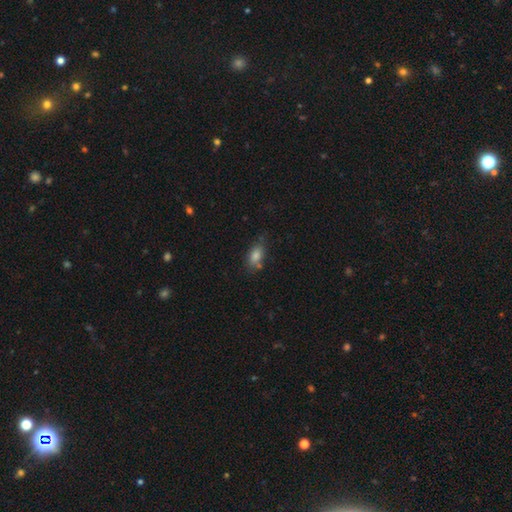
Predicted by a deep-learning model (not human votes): A smooth galaxy with no disk features (77%) that is in between round and cigar-shaped (82%).

Vote fractions:
- Smooth or featured? smooth: 77% / star or artifact: 12% / featured or disk: 11%
- How rounded? in between: 82% / round: 10% / cigar-shaped: 8%
- Merging? none: 65% / minor disturbance: 21% / merger: 7% / major disturbance: 6%